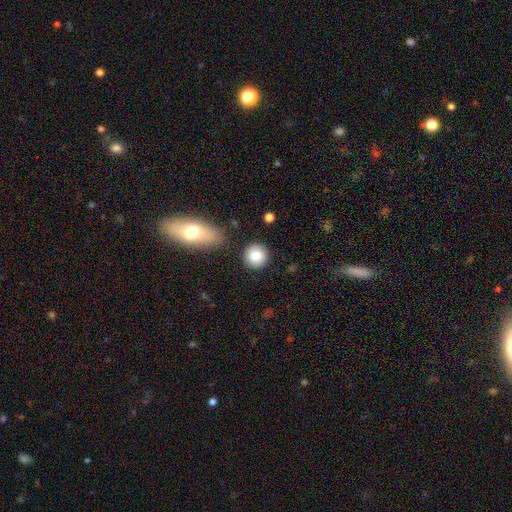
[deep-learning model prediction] This is clearly a smooth galaxy (81%). How rounded: clearly round (93%). Merging: clearly none (87%).